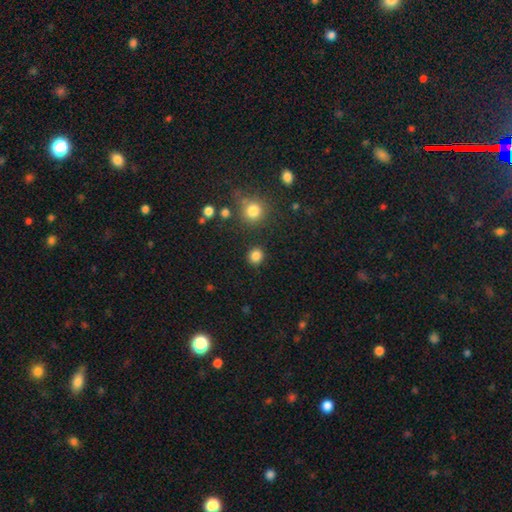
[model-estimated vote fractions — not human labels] Q: Smooth or featured?
A: smooth (84%); runner-up: star or artifact (13%)
Q: How rounded?
A: round (86%); runner-up: in between (13%)
Q: Merging?
A: none (88%); runner-up: minor disturbance (7%)